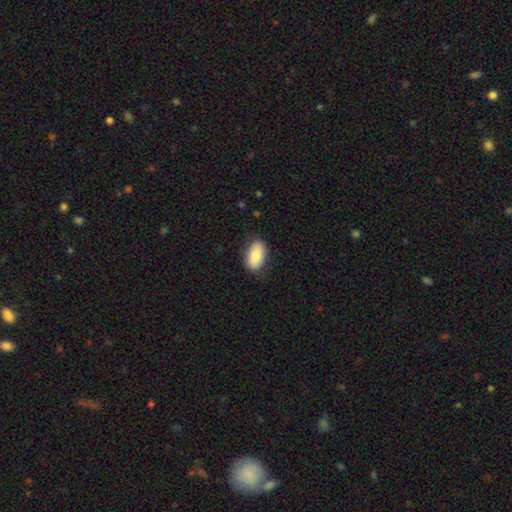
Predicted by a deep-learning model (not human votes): Smooth or featured? Predicted: smooth (p=0.82). How rounded? Predicted: in between (p=0.93). Merging? Predicted: none (p=0.78).